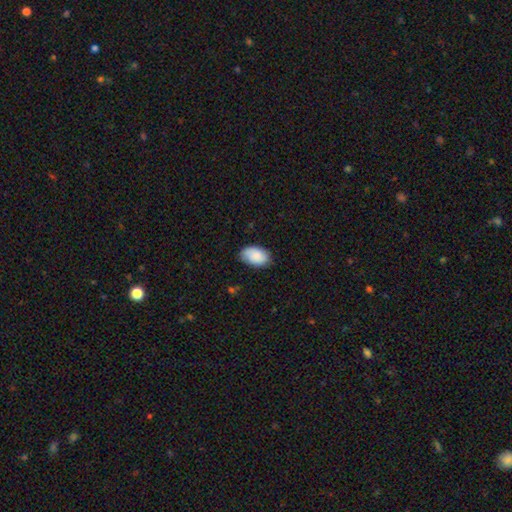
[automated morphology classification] This appears to be a smooth galaxy with no disk features (86%) that is in between round and cigar-shaped (92%). Merging: none (80%).